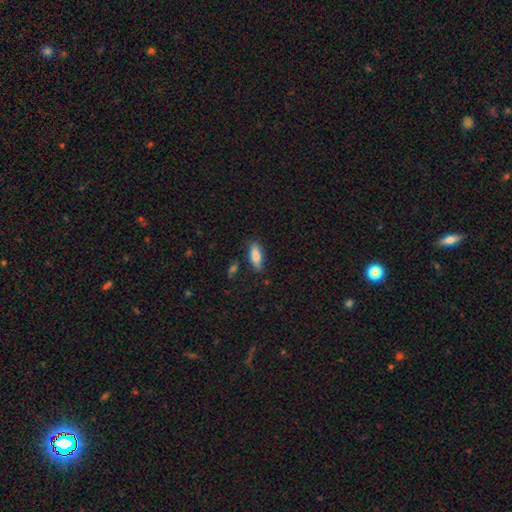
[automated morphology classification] smooth-or-featured: smooth: 81% | featured or disk: 12% | star or artifact: 7%
  how-rounded: in between: 67% | cigar-shaped: 31% | round: 2%
  merging: none: 78% | minor disturbance: 15% | major disturbance: 3% | merger: 3%